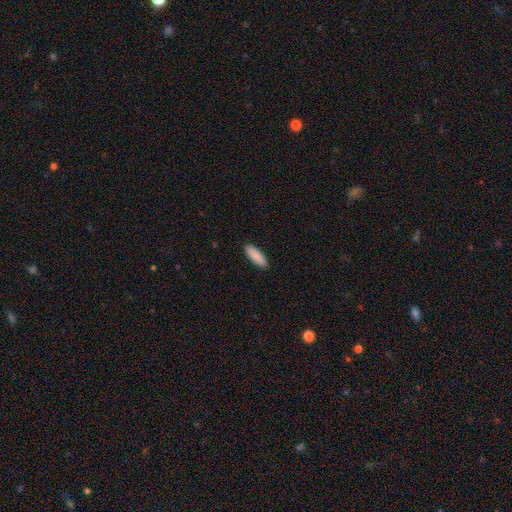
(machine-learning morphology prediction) Smooth or featured? smooth (90%)
How rounded? in between (60%)
Merging? none (91%)